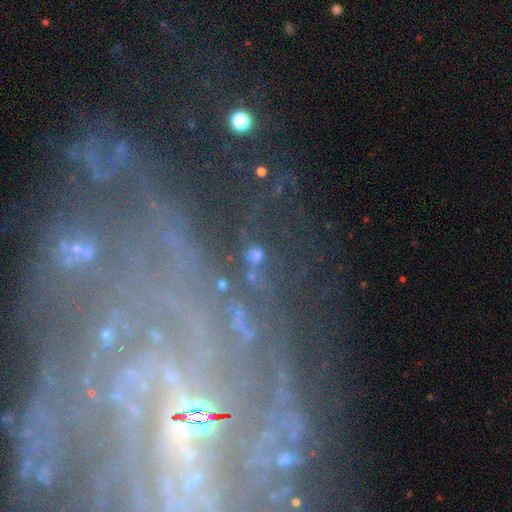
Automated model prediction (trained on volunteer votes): This appears to be a star or artifact, not a galaxy (46%).